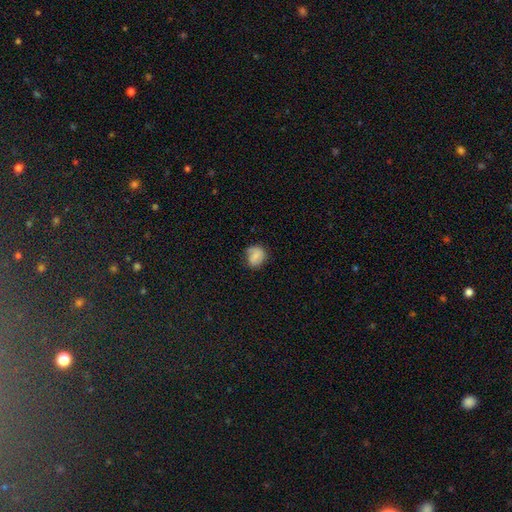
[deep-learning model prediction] Smooth or featured: smooth — 75% (featured or disk — 16%)
How rounded: round — 65% (in between — 34%)
Merging: none — 62% (minor disturbance — 27%)